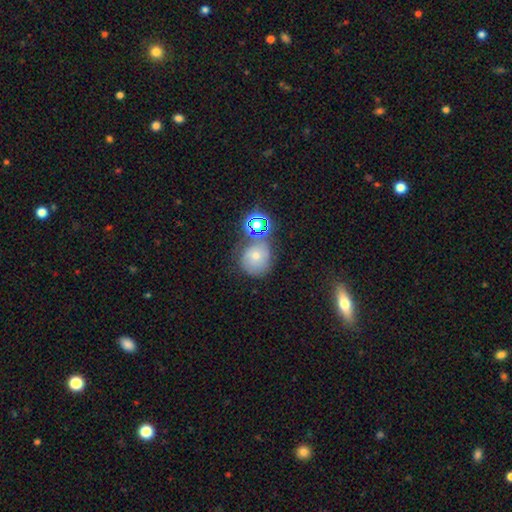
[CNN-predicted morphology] smooth-or-featured: smooth: 40% | featured or disk: 34% | star or artifact: 27%
  merging: none: 68% | minor disturbance: 15% | merger: 11% | major disturbance: 6%